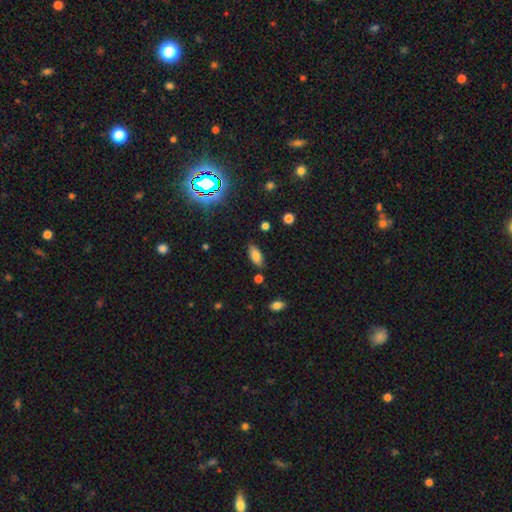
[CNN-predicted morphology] smooth 76%, featured or disk 13%, star or artifact 11%. Down the decision tree: how rounded — in between (85%); merging — none (81%).